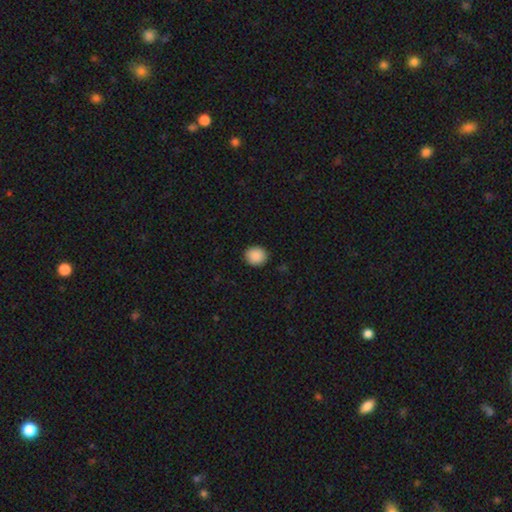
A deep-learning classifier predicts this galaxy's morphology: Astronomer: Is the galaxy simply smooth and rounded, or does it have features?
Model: smooth — 89%.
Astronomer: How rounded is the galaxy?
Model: round — 84%.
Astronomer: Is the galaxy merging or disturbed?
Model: none — 92%.